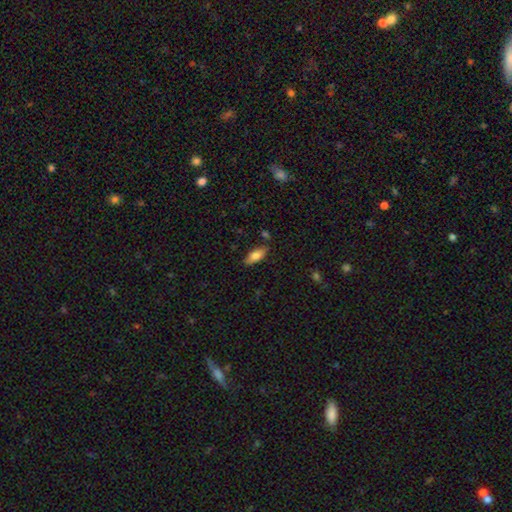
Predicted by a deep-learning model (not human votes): The model was most divided on "how rounded": in between: 79%, cigar-shaped: 19%, round: 2%. More confident: smooth or featured — smooth (80%); merging — none (78%).